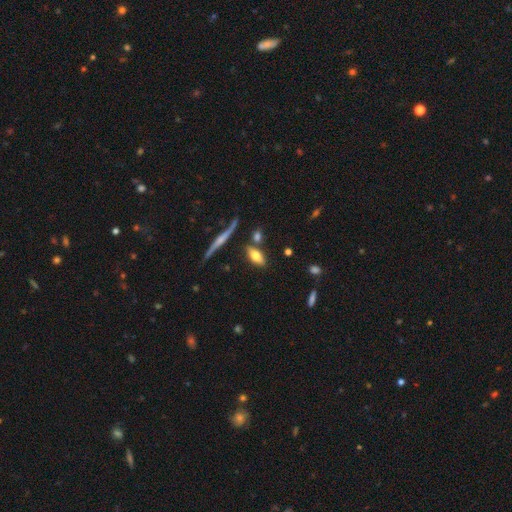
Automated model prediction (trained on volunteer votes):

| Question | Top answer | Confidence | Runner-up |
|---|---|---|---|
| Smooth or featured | smooth | 68% | featured or disk (24%) |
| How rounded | in between | 81% | cigar-shaped (15%) |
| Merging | none | 73% | minor disturbance (14%) |